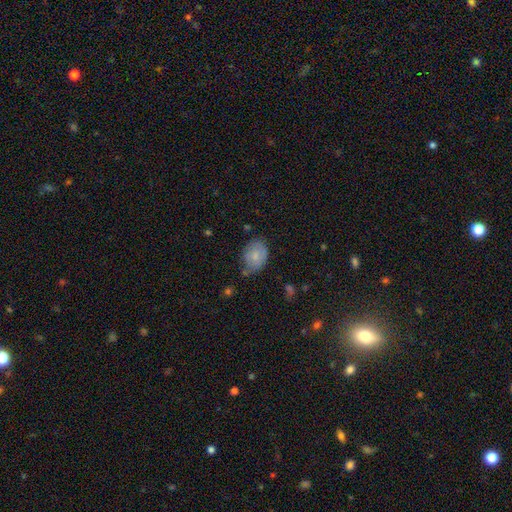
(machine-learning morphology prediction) The model was most divided on "merging": none: 51%, minor disturbance: 35%, major disturbance: 10%, merger: 4%. More confident: smooth or featured — smooth (70%); how rounded — in between (69%).